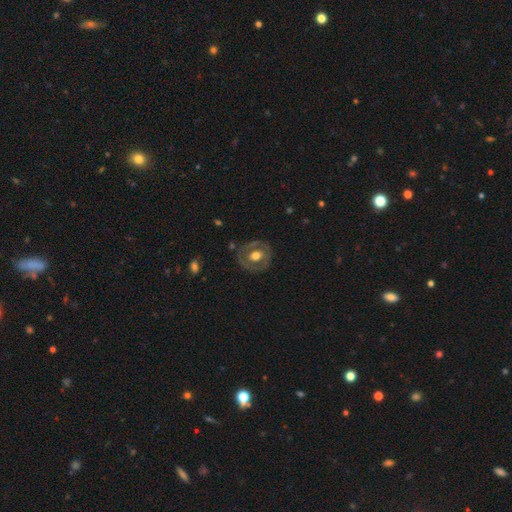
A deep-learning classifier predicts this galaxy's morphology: Smooth or featured? Predicted: featured or disk (p=0.56). Edge-on disk? Predicted: no (p=0.95). Bar? Predicted: no (p=0.72). Spiral arms? Predicted: no (p=0.81). Bulge size? Predicted: moderate (p=0.62). Merging? Predicted: none (p=0.78).